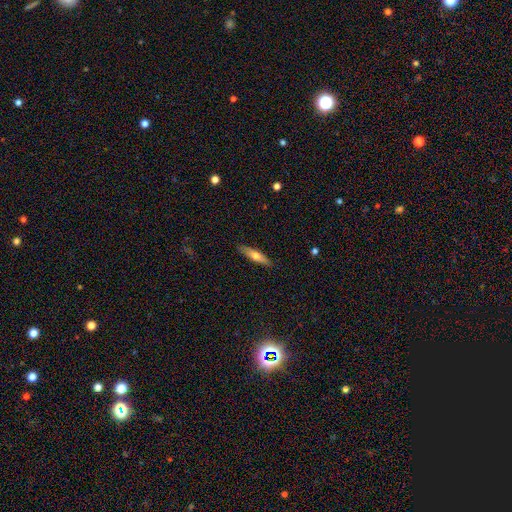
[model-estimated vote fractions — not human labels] smooth-or-featured: smooth: 56% | featured or disk: 38% | star or artifact: 6%
  how-rounded: cigar-shaped: 76% | in between: 22% | round: 2%
  merging: none: 89% | minor disturbance: 8% | major disturbance: 2% | merger: 1%